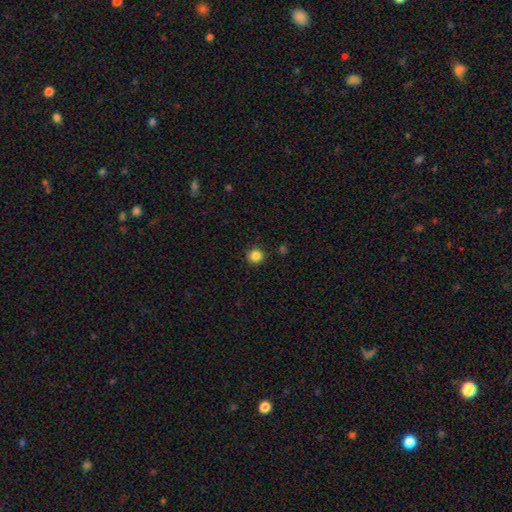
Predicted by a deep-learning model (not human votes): Q: Smooth or featured?
A: smooth (85%); runner-up: star or artifact (11%)
Q: How rounded?
A: round (95%); runner-up: in between (4%)
Q: Merging?
A: none (92%); runner-up: minor disturbance (5%)